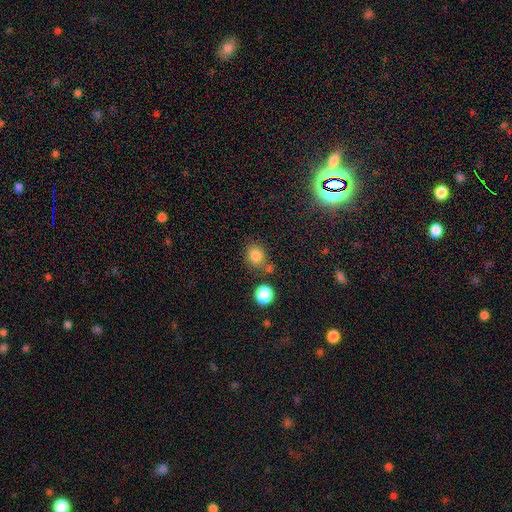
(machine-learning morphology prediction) Smooth or featured? smooth (81%)
How rounded? round (76%)
Merging? none (71%)